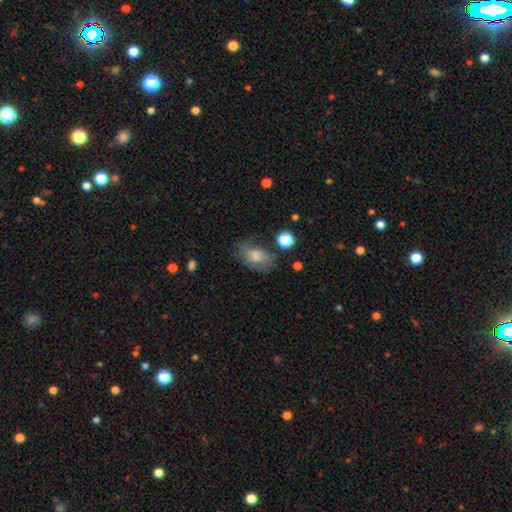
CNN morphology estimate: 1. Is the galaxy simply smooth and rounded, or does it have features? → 67% smooth, 24% featured or disk, 9% star or artifact.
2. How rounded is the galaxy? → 87% in between, 12% round, 2% cigar-shaped.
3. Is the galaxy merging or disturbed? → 51% none, 29% minor disturbance, 17% major disturbance, 4% merger.